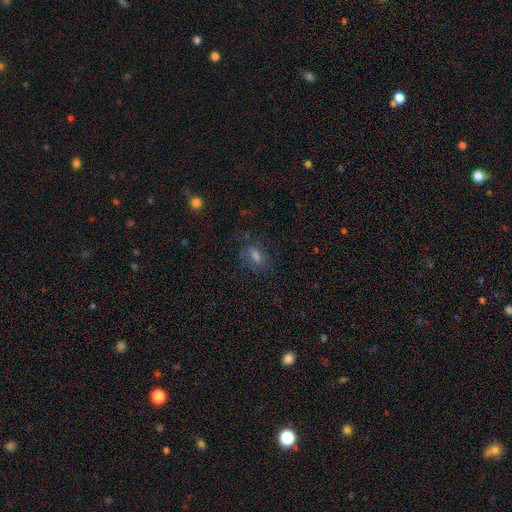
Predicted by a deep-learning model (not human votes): smooth_or_featured: smooth (p=0.42) [alt: featured or disk p=0.36]
merging: none (p=0.65) [alt: minor disturbance p=0.19]